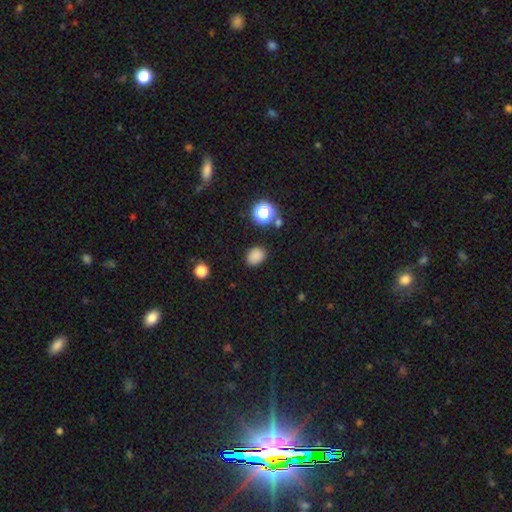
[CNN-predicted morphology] A smooth galaxy with no disk features (83%) that is in between round and cigar-shaped (55%). Merging: none (85%).